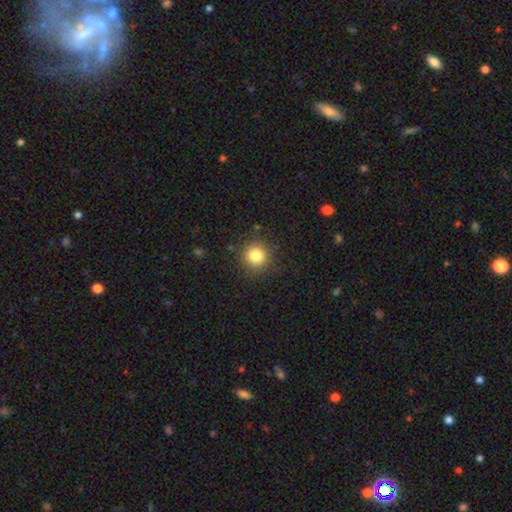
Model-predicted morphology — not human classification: The model was most divided on "smooth or featured": smooth: 82%, star or artifact: 12%, featured or disk: 6%. More confident: how rounded — round (93%); merging — none (87%).